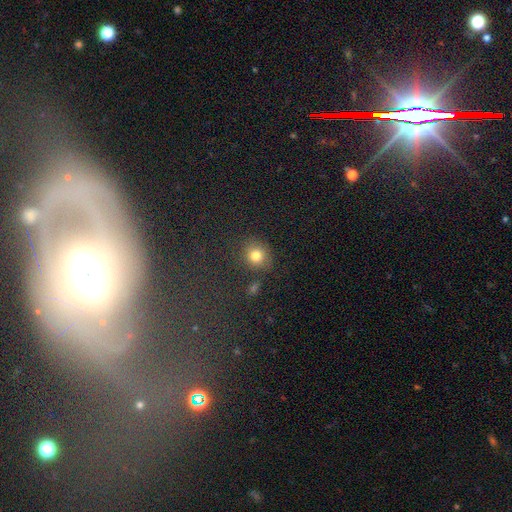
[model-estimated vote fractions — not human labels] smooth_or_featured: smooth (p=0.80) [alt: star or artifact p=0.13]
how_rounded: round (p=0.77) [alt: in between p=0.22]
merging: none (p=0.78) [alt: minor disturbance p=0.12]